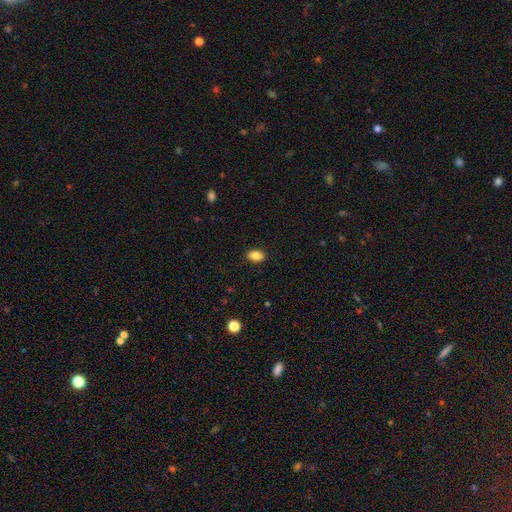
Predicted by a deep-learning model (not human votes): Smooth or featured: smooth — 87% (star or artifact — 8%)
How rounded: in between — 89% (round — 9%)
Merging: none — 89% (minor disturbance — 8%)